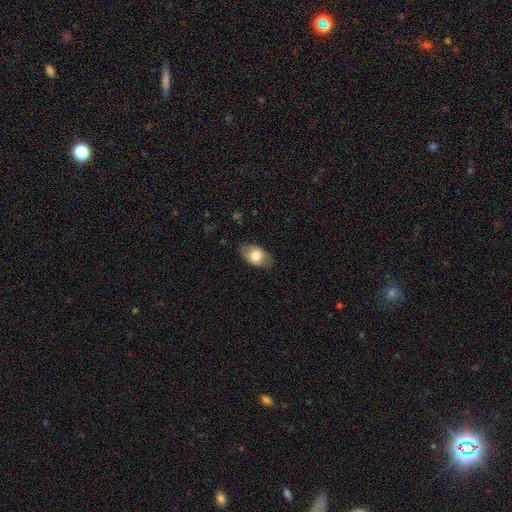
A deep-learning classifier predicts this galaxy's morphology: Overall: smooth (75%). How rounded: in between (89%). Merging: none (80%).